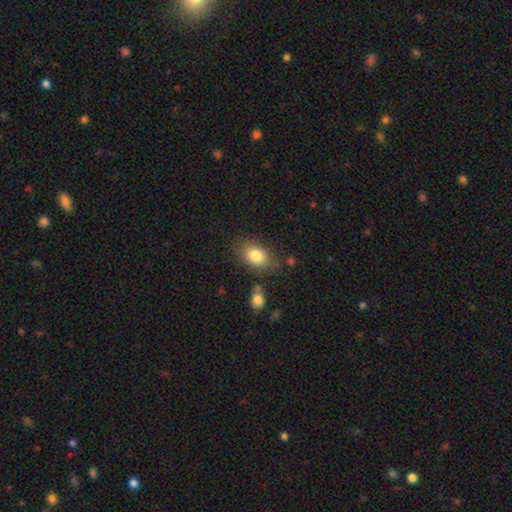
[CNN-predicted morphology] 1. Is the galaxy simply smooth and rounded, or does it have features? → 82% smooth, 9% featured or disk, 8% star or artifact.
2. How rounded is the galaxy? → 83% in between, 16% round, 2% cigar-shaped.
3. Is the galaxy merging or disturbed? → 77% none, 15% minor disturbance, 4% major disturbance, 4% merger.